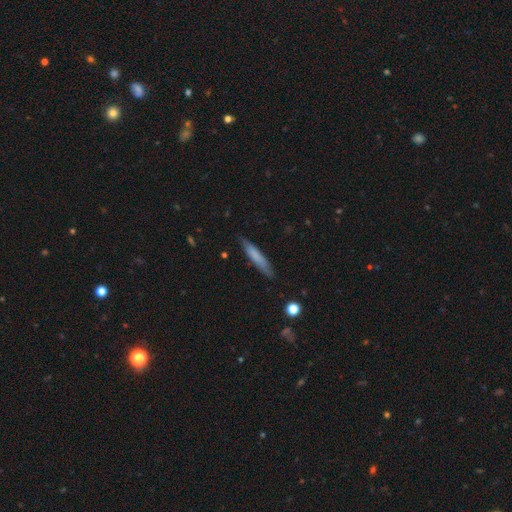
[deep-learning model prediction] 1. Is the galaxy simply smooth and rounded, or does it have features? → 71% smooth, 23% featured or disk, 6% star or artifact.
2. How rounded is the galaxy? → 90% cigar-shaped, 9% in between, 1% round.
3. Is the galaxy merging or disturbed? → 81% none, 15% minor disturbance, 3% major disturbance, 2% merger.